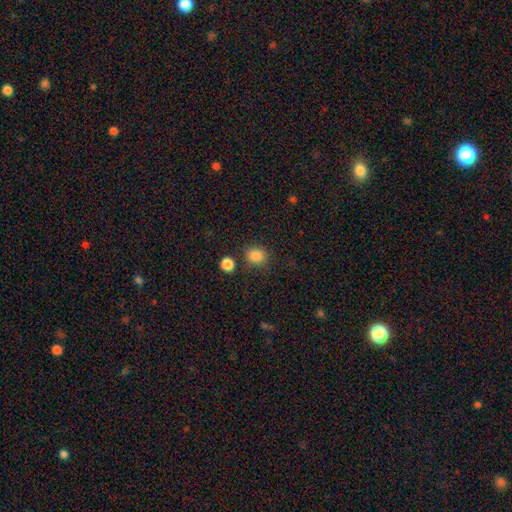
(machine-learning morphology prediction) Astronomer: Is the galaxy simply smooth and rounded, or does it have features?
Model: smooth — 85%.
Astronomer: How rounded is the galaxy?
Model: round — 72%.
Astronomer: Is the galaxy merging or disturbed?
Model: none — 79%.